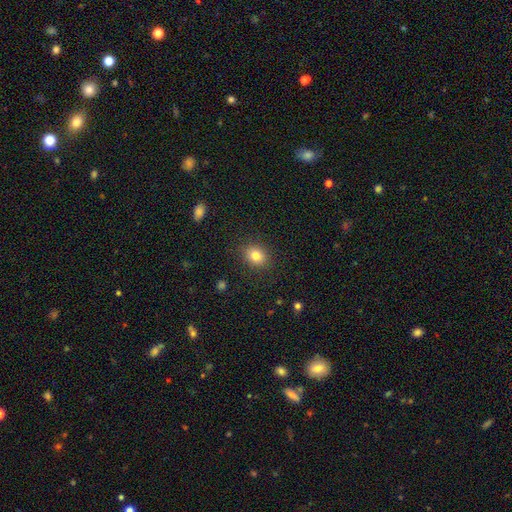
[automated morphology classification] Q: Smooth or featured?
A: smooth (82%); runner-up: star or artifact (11%)
Q: How rounded?
A: round (52%); runner-up: in between (47%)
Q: Merging?
A: none (87%); runner-up: minor disturbance (9%)